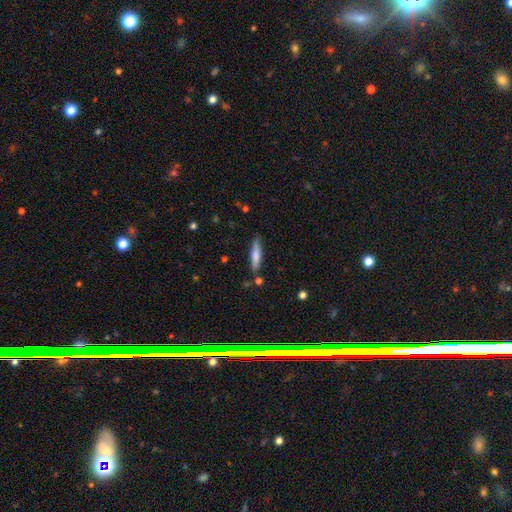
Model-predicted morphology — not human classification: Overall: smooth (69%). How rounded: cigar-shaped (81%). Merging: none (80%).